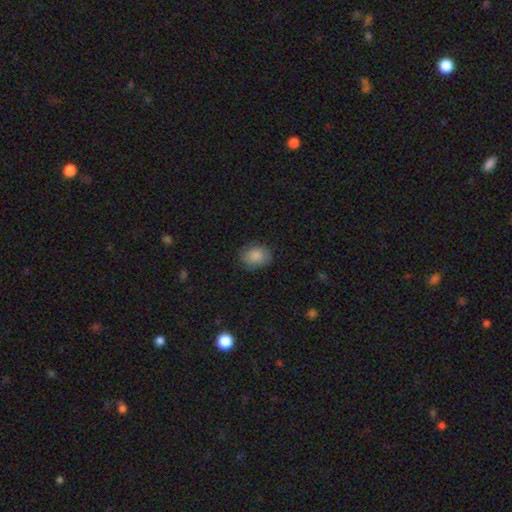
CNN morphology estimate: smooth-or-featured: smooth: 85% | star or artifact: 8% | featured or disk: 7%
  how-rounded: in between: 54% | round: 45% | cigar-shaped: 1%
  merging: none: 81% | minor disturbance: 15% | major disturbance: 4% | merger: 1%